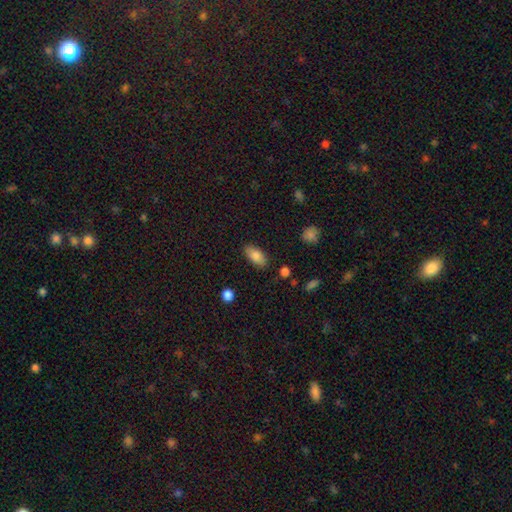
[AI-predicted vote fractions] This appears to be a smooth galaxy with no disk features (83%) that is in between round and cigar-shaped (90%). Merging: none (84%).